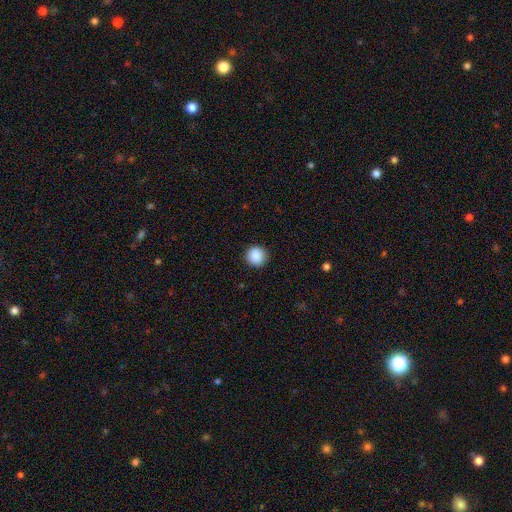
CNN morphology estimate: smooth 88%, star or artifact 9%, featured or disk 3%. Down the decision tree: how rounded — round (95%); merging — none (92%).